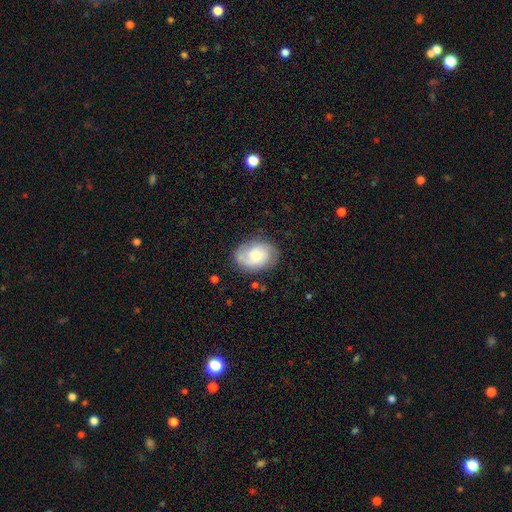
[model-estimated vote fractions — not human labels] Smooth or featured? smooth (50%)
How rounded? in between (73%)
Merging? none (72%)